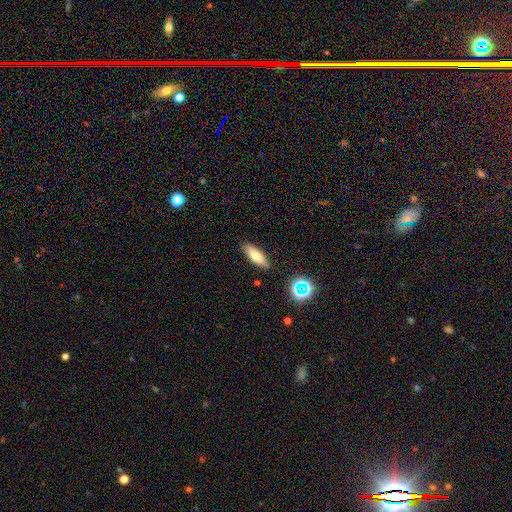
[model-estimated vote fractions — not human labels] This appears to be a smooth galaxy with no disk features (74%) that is in between round and cigar-shaped (58%). Merging: none (87%).